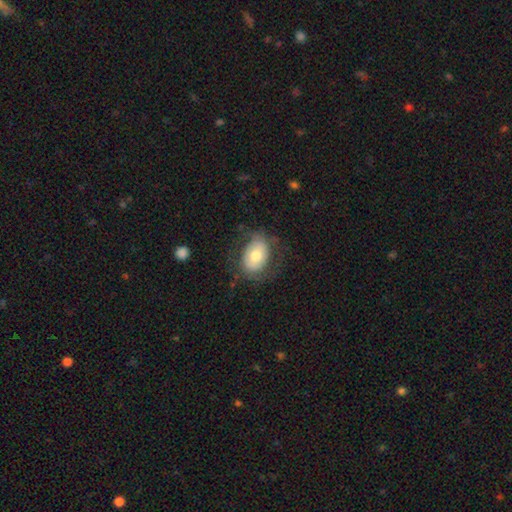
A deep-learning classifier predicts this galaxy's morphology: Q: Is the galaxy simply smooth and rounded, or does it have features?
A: smooth — 62%.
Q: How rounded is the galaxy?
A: in between — 72%.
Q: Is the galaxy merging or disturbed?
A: none — 68%.